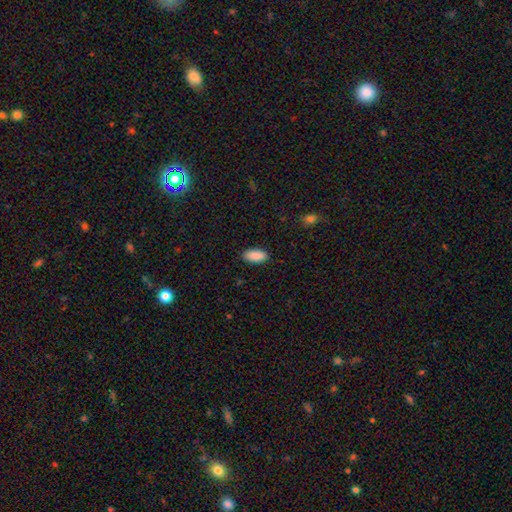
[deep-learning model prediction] Overall: smooth (91%). How rounded: in between (92%). Merging: none (89%).